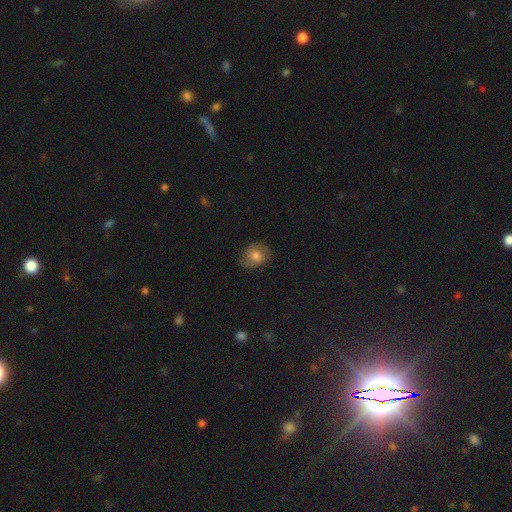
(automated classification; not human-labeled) A smooth galaxy with no disk features (61%) that is round (58%). Merging: none (75%).